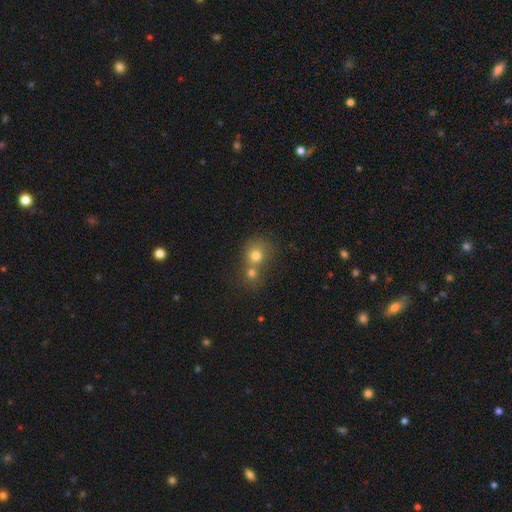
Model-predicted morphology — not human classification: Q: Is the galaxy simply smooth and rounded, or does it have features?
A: smooth — 73%.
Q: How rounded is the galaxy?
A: round — 79%.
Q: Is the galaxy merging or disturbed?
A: merger — 60%.